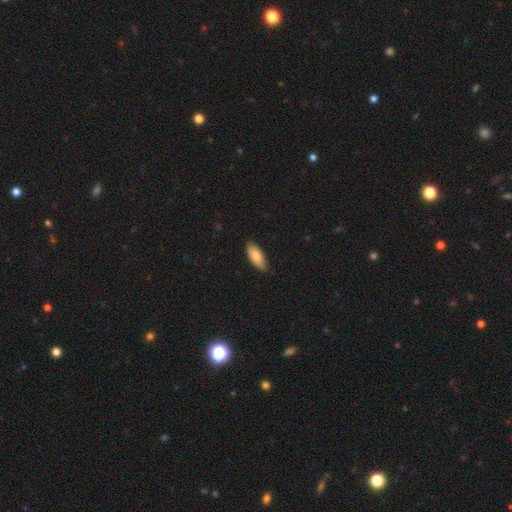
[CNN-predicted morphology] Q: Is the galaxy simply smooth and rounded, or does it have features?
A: smooth — 77%.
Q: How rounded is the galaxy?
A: in between — 82%.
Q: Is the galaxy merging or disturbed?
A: none — 85%.